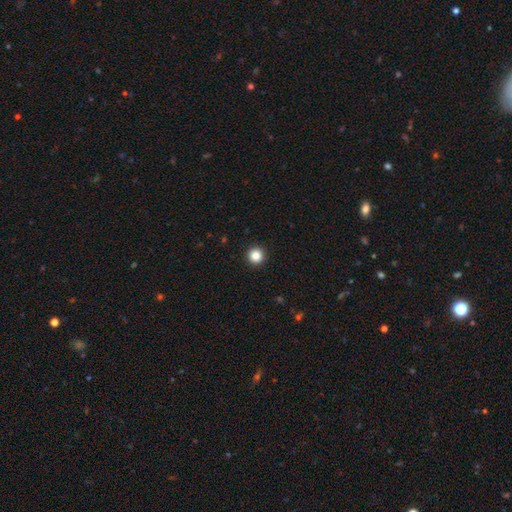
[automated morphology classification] Smooth or featured: smooth — 86% (star or artifact — 11%)
How rounded: round — 96% (in between — 3%)
Merging: none — 94% (minor disturbance — 4%)